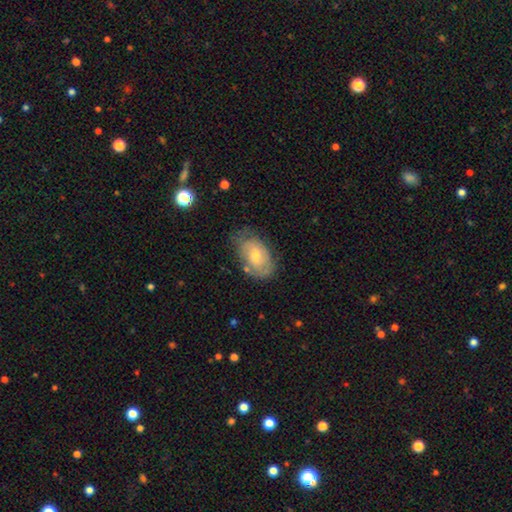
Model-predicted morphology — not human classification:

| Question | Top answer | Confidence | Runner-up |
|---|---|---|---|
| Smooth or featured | featured or disk | 50% | smooth (42%) |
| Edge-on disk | no | 94% | yes (6%) |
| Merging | none | 65% | minor disturbance (25%) |